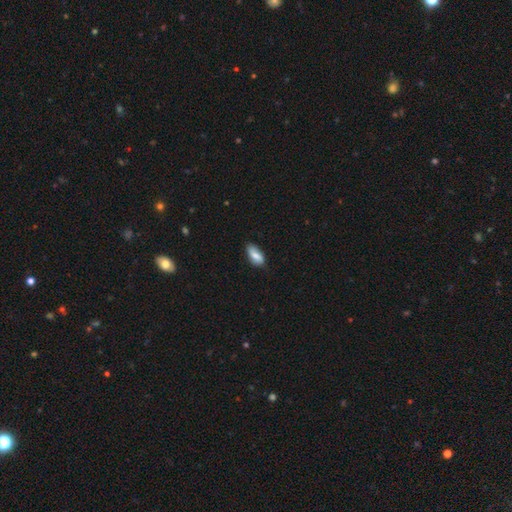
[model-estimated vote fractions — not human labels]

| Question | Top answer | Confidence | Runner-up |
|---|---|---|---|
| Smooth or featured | smooth | 74% | featured or disk (20%) |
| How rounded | in between | 87% | cigar-shaped (10%) |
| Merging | none | 76% | minor disturbance (20%) |